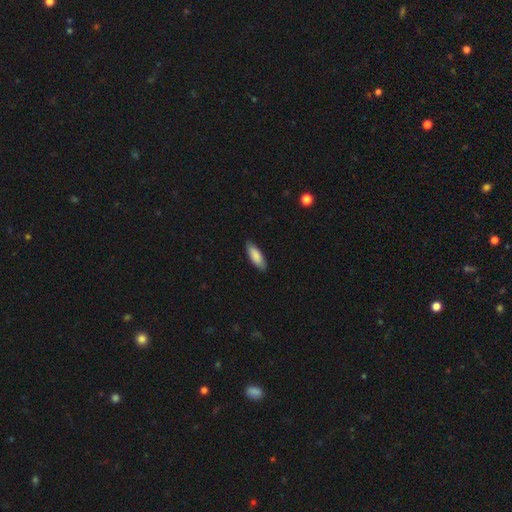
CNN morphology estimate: This appears to be a smooth galaxy with no disk features (86%) that is in between round and cigar-shaped (68%). Merging: none (85%).